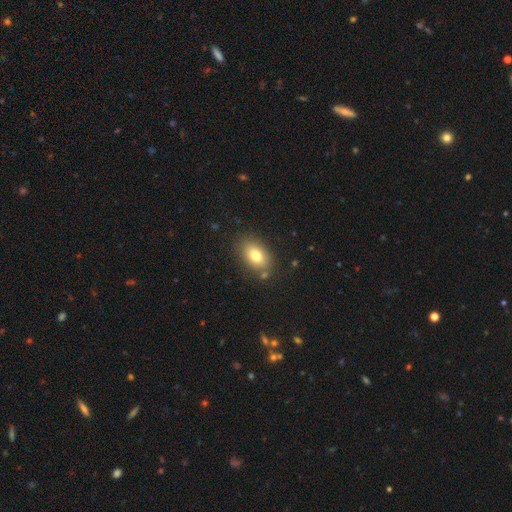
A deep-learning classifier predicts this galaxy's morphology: Overall: smooth (78%). How rounded: in between (85%). Merging: none (79%).